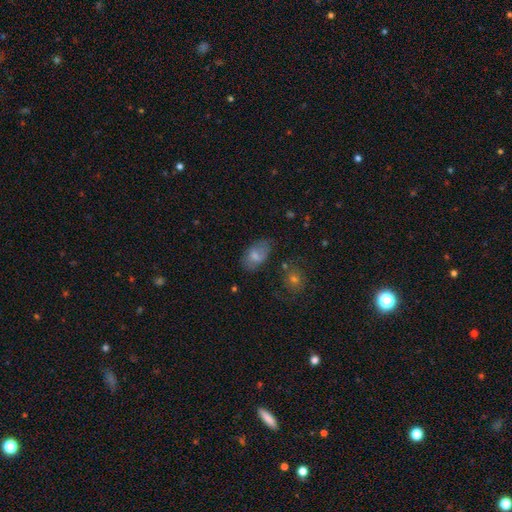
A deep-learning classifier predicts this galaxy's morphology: Smooth or featured? Predicted: smooth (p=0.71). How rounded? Predicted: in between (p=0.92). Merging? Predicted: none (p=0.64).